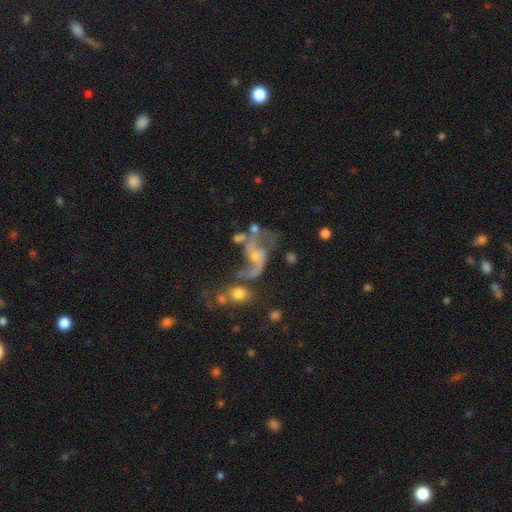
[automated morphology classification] type=featured or disk (76%); edge-on=no (97%); bar=no (61%); spiral arms=yes (80%); winding=loose (70%); arm count=2 (79%); bulge=small (55%); merging=major disturbance (30%).